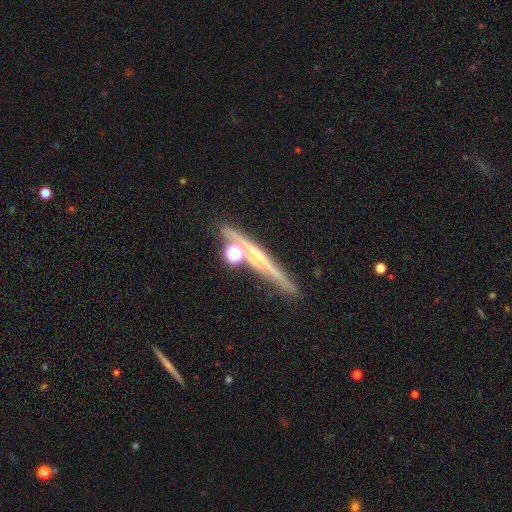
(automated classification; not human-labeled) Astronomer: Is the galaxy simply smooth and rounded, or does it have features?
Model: featured or disk — 63%.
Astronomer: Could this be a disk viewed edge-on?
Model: yes — 90%.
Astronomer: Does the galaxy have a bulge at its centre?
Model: rounded — 59%.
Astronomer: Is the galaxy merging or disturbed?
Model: none — 72%.